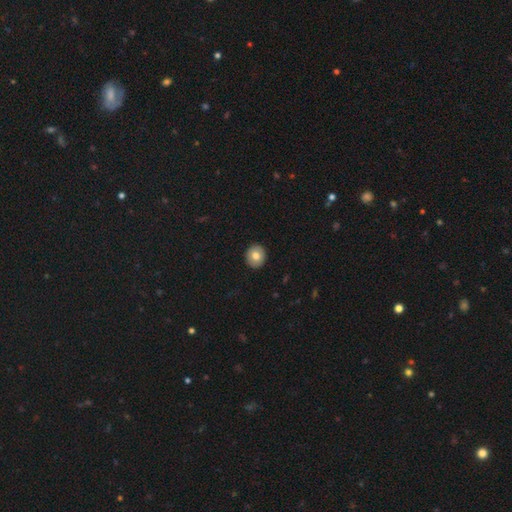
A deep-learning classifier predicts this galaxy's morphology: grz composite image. It shows a smooth galaxy with no disk features (77%) that is round (83%). Merging: none (92%).